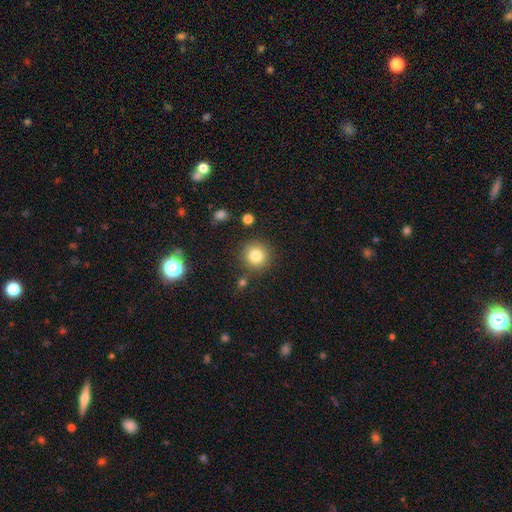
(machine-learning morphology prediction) smooth-or-featured: smooth: 82% | star or artifact: 11% | featured or disk: 7%
  how-rounded: round: 93% | in between: 6% | cigar-shaped: 1%
  merging: none: 85% | minor disturbance: 8% | merger: 4% | major disturbance: 3%